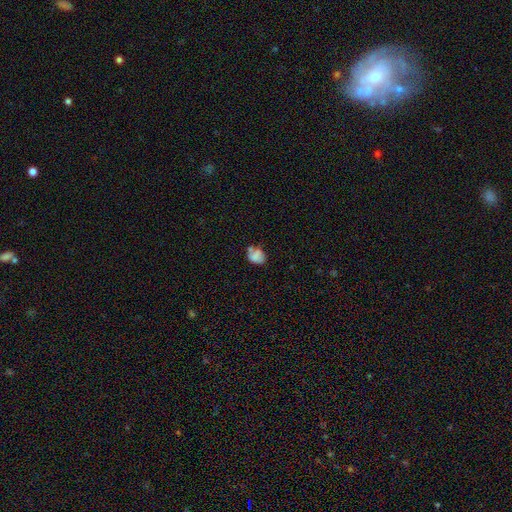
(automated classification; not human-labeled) This is likely a smooth galaxy (74%). How rounded: possibly in between (56%). Merging: marginally none (44%).